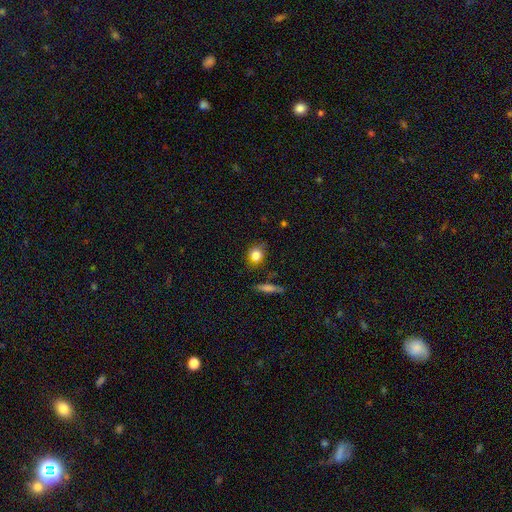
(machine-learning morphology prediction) Overall: smooth (82%). How rounded: round (65%; in between 33%). Merging: none (74%).